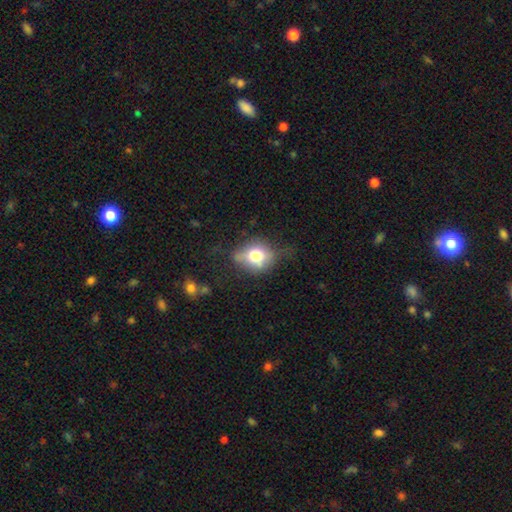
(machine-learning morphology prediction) smooth 63%, featured or disk 26%, star or artifact 11%. Down the decision tree: how rounded — round (57%); merging — none (61%).